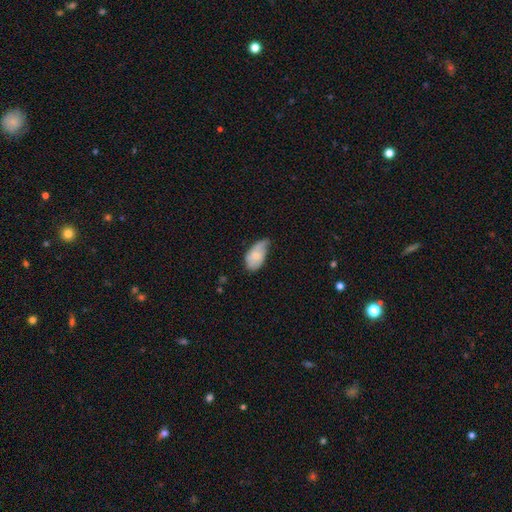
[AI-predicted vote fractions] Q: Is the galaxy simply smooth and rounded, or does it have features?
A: smooth — 62%.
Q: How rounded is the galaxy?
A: in between — 93%.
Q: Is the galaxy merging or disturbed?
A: minor disturbance — 49%.